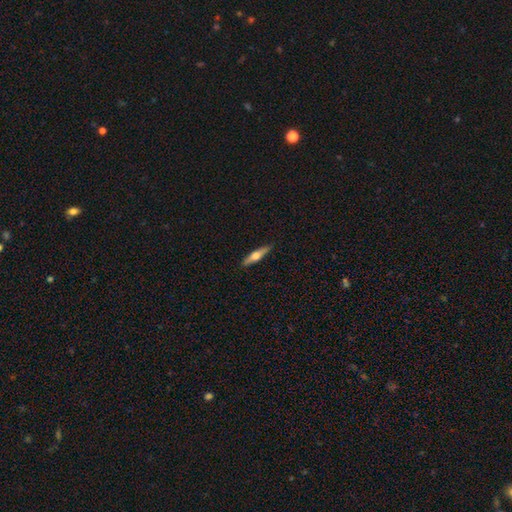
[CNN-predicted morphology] type=featured or disk (58%); edge-on=yes (96%); edge-on bulge=rounded (93%); merging=none (91%).